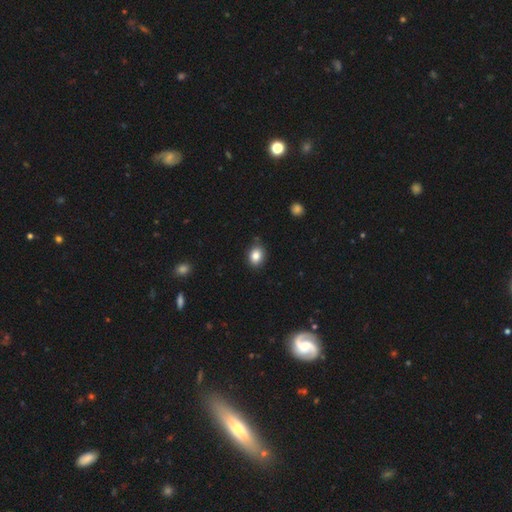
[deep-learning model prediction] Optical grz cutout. It shows a smooth galaxy with no disk features (84%) that is in between round and cigar-shaped (56%). Merging: none (83%).